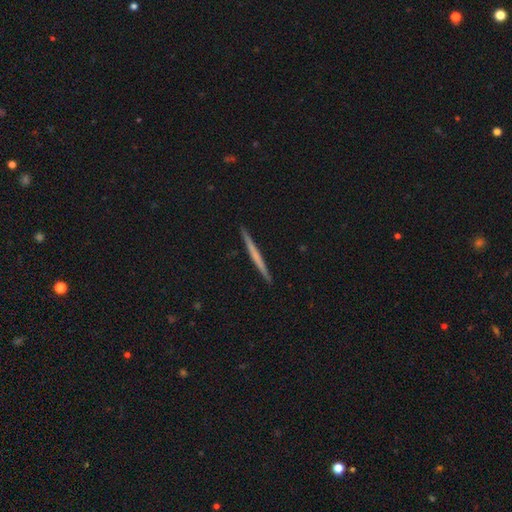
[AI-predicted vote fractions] A featured or disk galaxy (50%) viewed edge-on (98%).

Vote fractions:
- Smooth or featured? featured or disk: 50% / smooth: 44% / star or artifact: 5%
- Edge-on disk? yes: 98% / no: 2%
- Merging? none: 93% / minor disturbance: 5% / major disturbance: 1% / merger: 1%